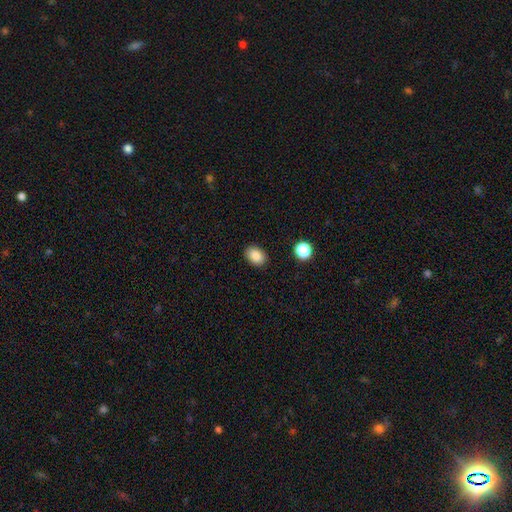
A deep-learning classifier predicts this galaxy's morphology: A smooth galaxy with no disk features (87%) that is in between round and cigar-shaped (75%). Merging: none (89%).